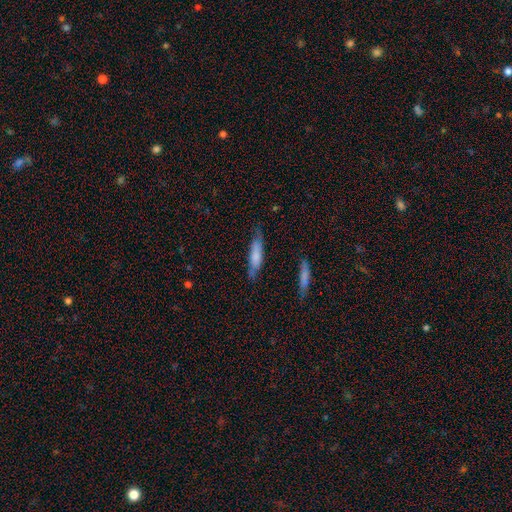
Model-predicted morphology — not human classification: smooth-or-featured: smooth: 69% | featured or disk: 25% | star or artifact: 6%
  how-rounded: cigar-shaped: 74% | in between: 24% | round: 2%
  merging: none: 70% | minor disturbance: 22% | major disturbance: 5% | merger: 3%